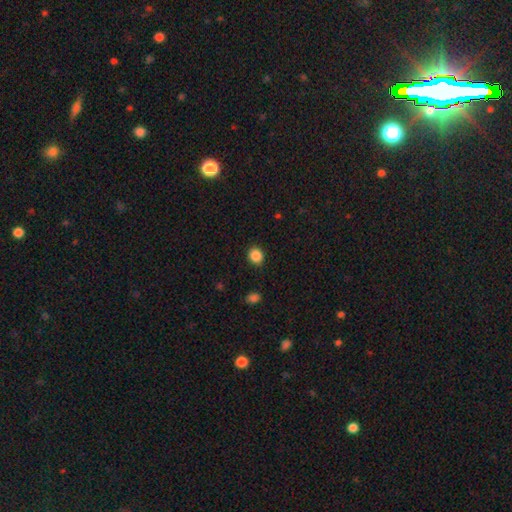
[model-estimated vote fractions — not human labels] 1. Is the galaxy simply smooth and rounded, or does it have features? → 87% smooth, 10% star or artifact, 3% featured or disk.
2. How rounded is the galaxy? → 73% round, 26% in between, 1% cigar-shaped.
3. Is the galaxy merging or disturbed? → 90% none, 7% minor disturbance, 2% major disturbance, 1% merger.